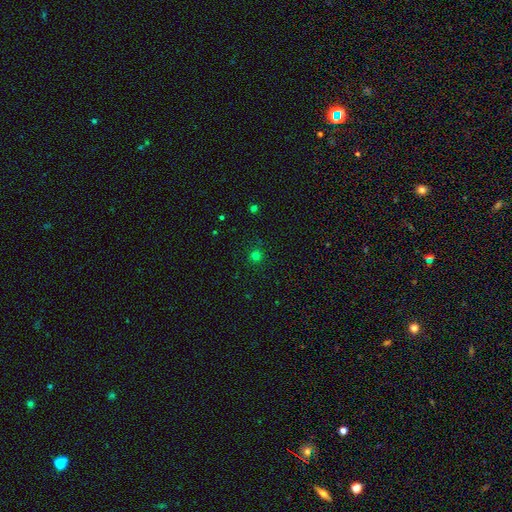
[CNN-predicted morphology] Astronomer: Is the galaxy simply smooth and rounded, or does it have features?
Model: smooth — 73%.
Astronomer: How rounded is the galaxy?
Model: round — 94%.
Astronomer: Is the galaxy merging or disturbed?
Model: none — 89%.